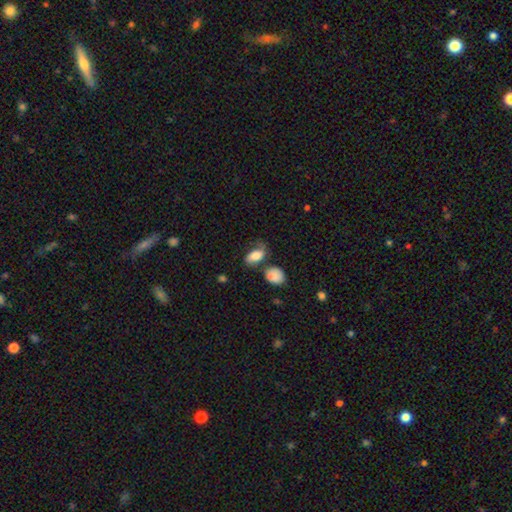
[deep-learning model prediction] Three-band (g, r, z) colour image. It shows a smooth galaxy with no disk features (65%) that is in between round and cigar-shaped (88%). Merging: none (46%).